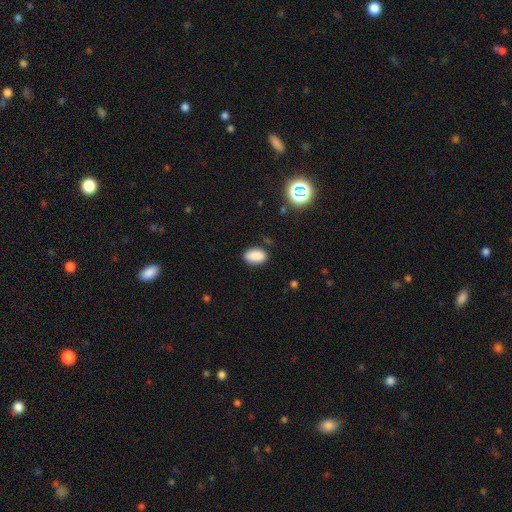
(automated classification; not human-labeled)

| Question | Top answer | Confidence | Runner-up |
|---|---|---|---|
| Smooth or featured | smooth | 87% | star or artifact (9%) |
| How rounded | in between | 91% | round (8%) |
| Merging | none | 83% | minor disturbance (13%) |